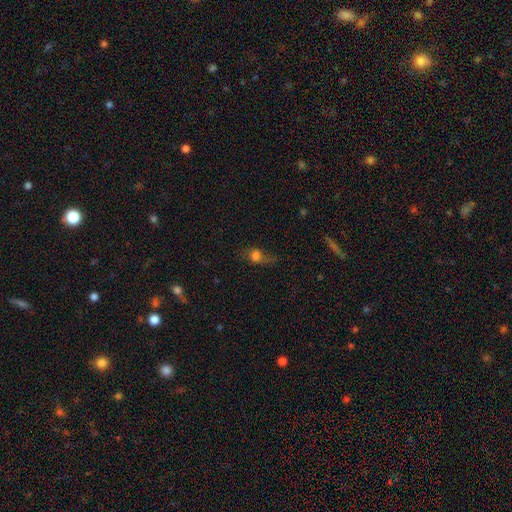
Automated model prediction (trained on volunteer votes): Overall: smooth (62%). How rounded: in between (50%; round 42%). Merging: none (40%; major disturbance 29%).